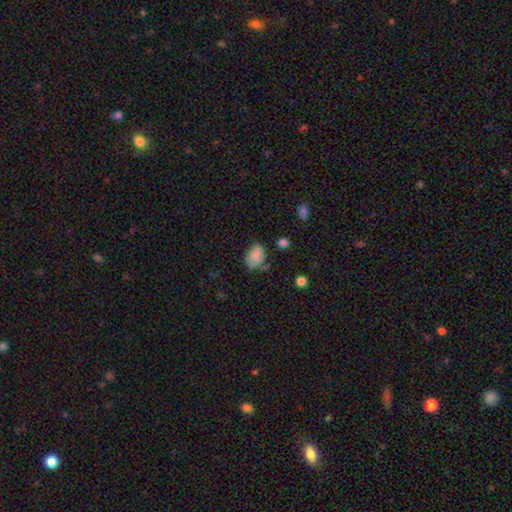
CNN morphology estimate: This is clearly a smooth galaxy (80%). How rounded: likely in between (78%). Merging: possibly none (55%).